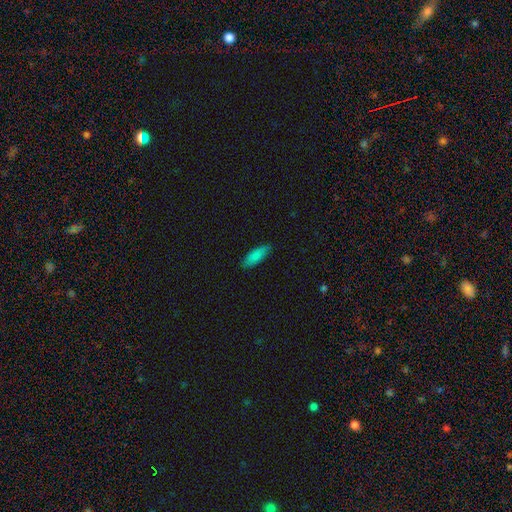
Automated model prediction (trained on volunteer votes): smooth-or-featured: smooth: 86% | featured or disk: 8% | star or artifact: 7%
  how-rounded: in between: 60% | cigar-shaped: 38% | round: 2%
  merging: none: 84% | minor disturbance: 12% | major disturbance: 2% | merger: 1%